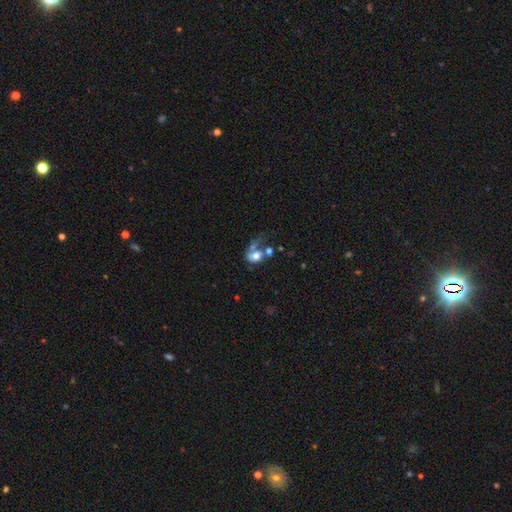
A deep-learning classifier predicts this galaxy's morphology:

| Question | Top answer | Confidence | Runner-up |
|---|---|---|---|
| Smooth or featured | smooth | 55% | featured or disk (34%) |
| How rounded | in between | 65% | round (33%) |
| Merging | merger | 48% | major disturbance (27%) |